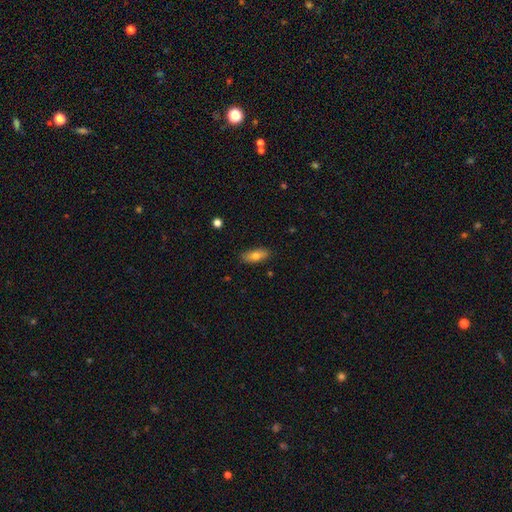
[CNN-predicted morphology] A smooth galaxy with no disk features (73%) that is in between round and cigar-shaped (78%). Merging: none (86%).